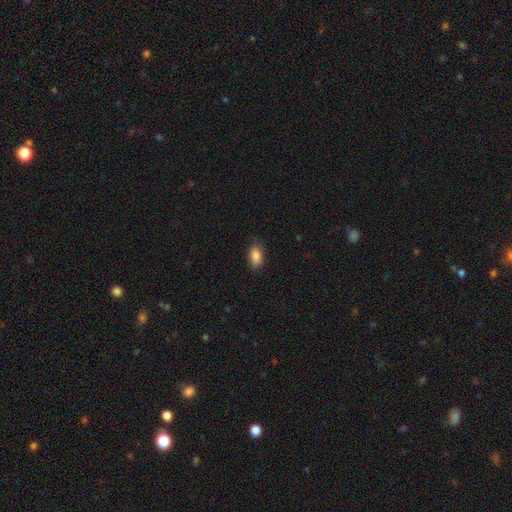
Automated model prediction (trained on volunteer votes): Q: Smooth or featured?
A: smooth (88%); runner-up: star or artifact (8%)
Q: How rounded?
A: in between (90%); runner-up: cigar-shaped (5%)
Q: Merging?
A: none (79%); runner-up: minor disturbance (17%)